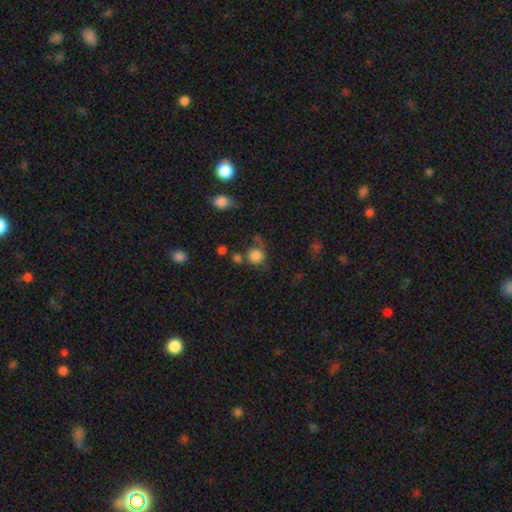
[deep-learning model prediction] This appears to be a smooth galaxy with no disk features (81%) that is round (89%). Merging: none (57%).